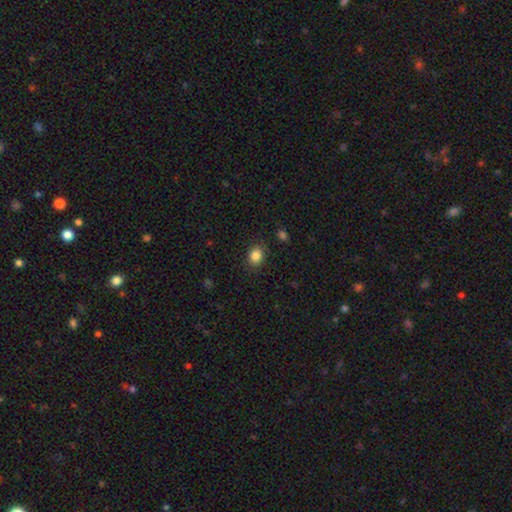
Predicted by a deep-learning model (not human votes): Overall: smooth (85%). How rounded: round (54%; in between 45%). Merging: none (86%).